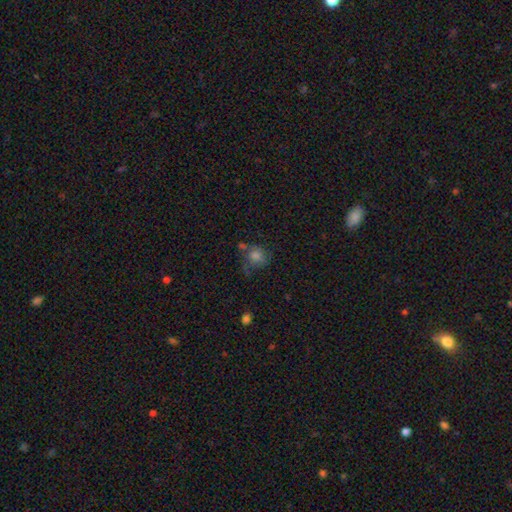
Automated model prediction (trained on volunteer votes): Overall: smooth (59%; featured or disk 25%). How rounded: round (78%). Merging: none (49%; minor disturbance 22%).